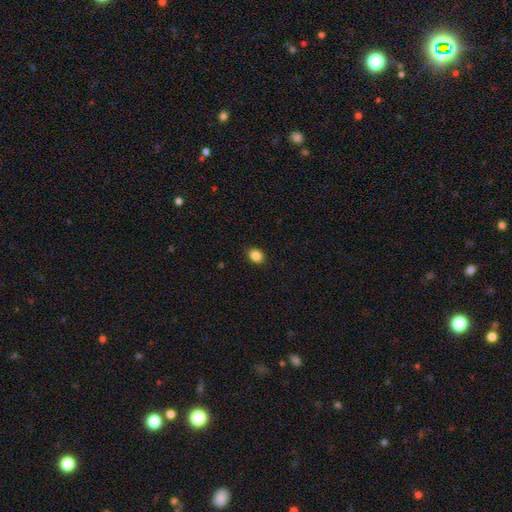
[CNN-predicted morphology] A smooth galaxy with no disk features (86%) that is in between round and cigar-shaped (55%).

Vote fractions:
- Smooth or featured? smooth: 86% / star or artifact: 10% / featured or disk: 4%
- How rounded? in between: 55% / round: 44% / cigar-shaped: 1%
- Merging? none: 89% / minor disturbance: 8% / major disturbance: 2% / merger: 1%